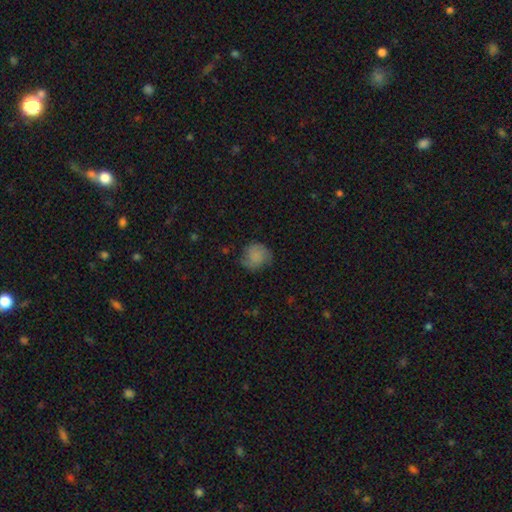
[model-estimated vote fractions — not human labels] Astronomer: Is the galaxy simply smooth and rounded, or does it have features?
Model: smooth — 69%.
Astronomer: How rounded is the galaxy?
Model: round — 79%.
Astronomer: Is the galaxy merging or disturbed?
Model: none — 65%.